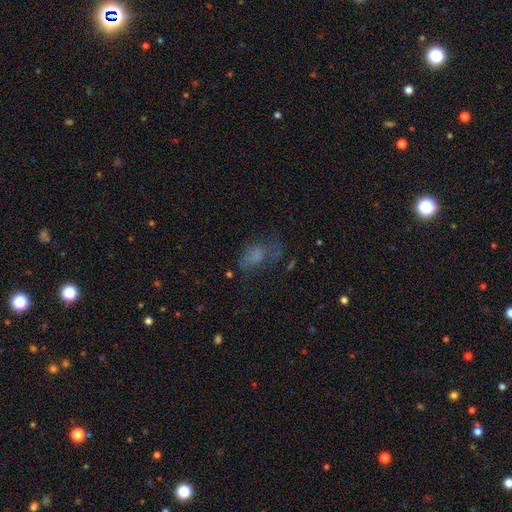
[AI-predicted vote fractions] Smooth or featured? Predicted: smooth (p=0.57). How rounded? Predicted: in between (p=0.82). Merging? Predicted: none (p=0.41).